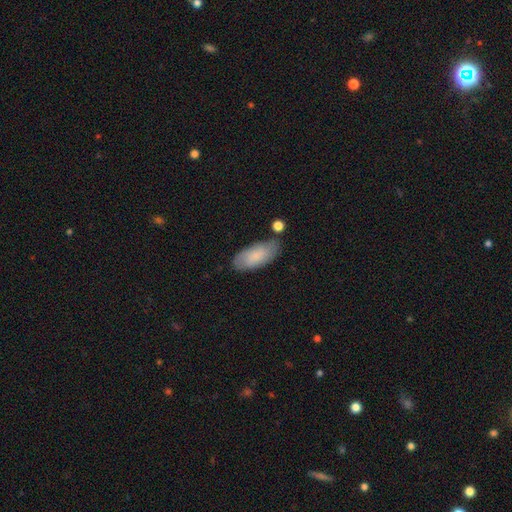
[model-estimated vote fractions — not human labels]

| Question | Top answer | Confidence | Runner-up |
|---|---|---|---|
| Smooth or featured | smooth | 78% | featured or disk (16%) |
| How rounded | in between | 87% | cigar-shaped (11%) |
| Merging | none | 70% | minor disturbance (19%) |